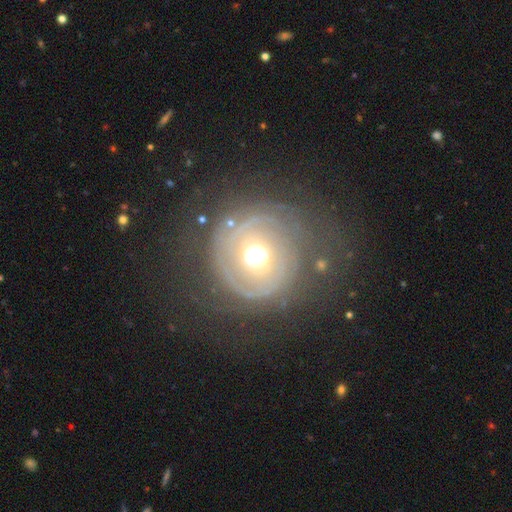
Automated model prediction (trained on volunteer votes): This is likely a featured or disk galaxy (70%). It is clearly not viewed edge-on (96%). Bar: likely no (77%). Spiral arm pattern: likely yes (74%). Central bulge: likely moderate (69%). Merging: likely none (69%).